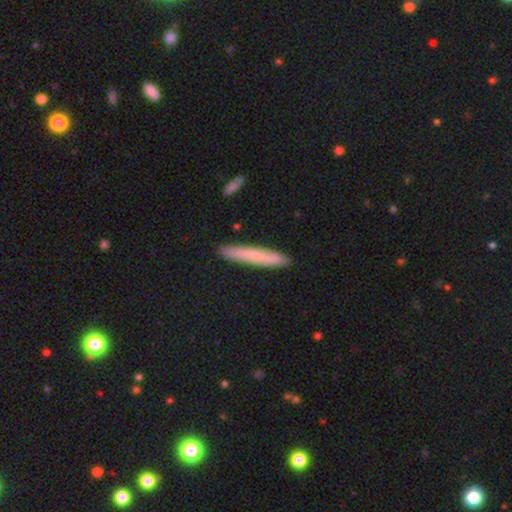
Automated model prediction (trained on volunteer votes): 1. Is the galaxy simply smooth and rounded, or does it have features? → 71% smooth, 22% featured or disk, 6% star or artifact.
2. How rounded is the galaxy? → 94% cigar-shaped, 4% in between, 1% round.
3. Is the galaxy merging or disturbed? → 89% none, 8% minor disturbance, 1% merger, 1% major disturbance.